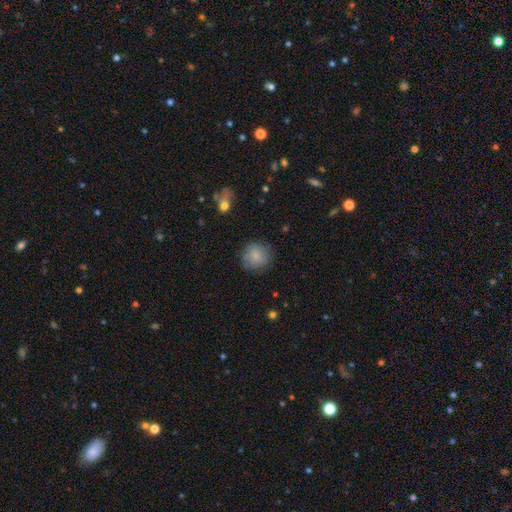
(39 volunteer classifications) smooth 85%, featured or disk 8%, star or artifact 8%. Down the decision tree: how rounded — round (94%); merging — none (69%).